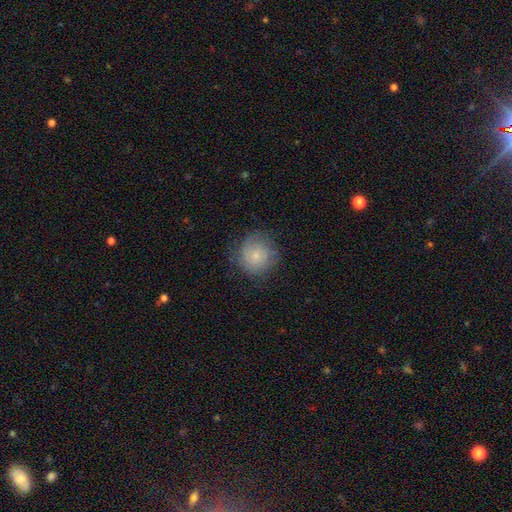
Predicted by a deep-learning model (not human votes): This is likely a smooth galaxy (65%). How rounded: clearly round (89%). Merging: likely none (72%).